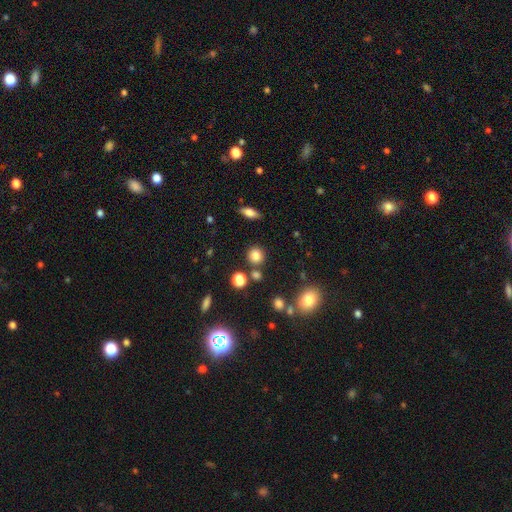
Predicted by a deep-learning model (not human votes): The model was most divided on "smooth or featured": smooth: 81%, star or artifact: 13%, featured or disk: 6%. More confident: how rounded — round (88%); merging — none (82%).